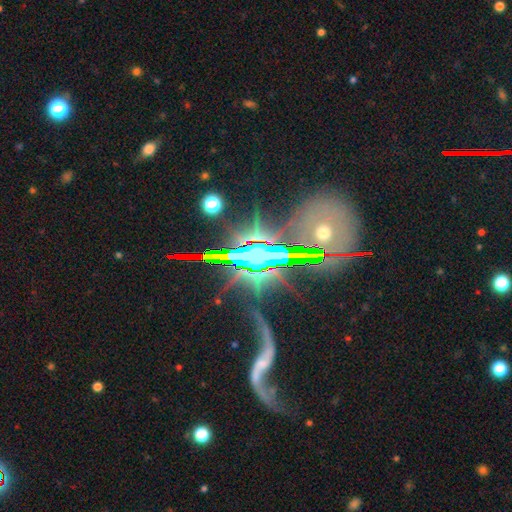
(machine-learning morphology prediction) A star or artifact, not a galaxy (57%).

Vote fractions:
- Smooth or featured? star or artifact: 57% / featured or disk: 30% / smooth: 13%